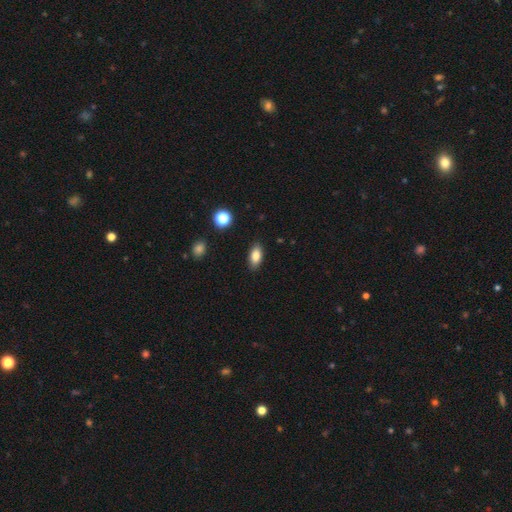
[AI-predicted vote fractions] Smooth or featured? smooth (84%)
How rounded? in between (87%)
Merging? none (88%)